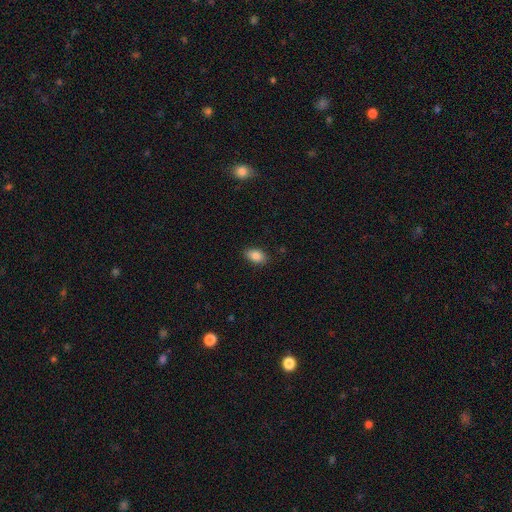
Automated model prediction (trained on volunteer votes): A smooth galaxy with no disk features (87%) that is in between round and cigar-shaped (89%).

Vote fractions:
- Smooth or featured? smooth: 87% / star or artifact: 8% / featured or disk: 5%
- How rounded? in between: 89% / round: 8% / cigar-shaped: 2%
- Merging? none: 86% / minor disturbance: 11% / major disturbance: 2% / merger: 1%